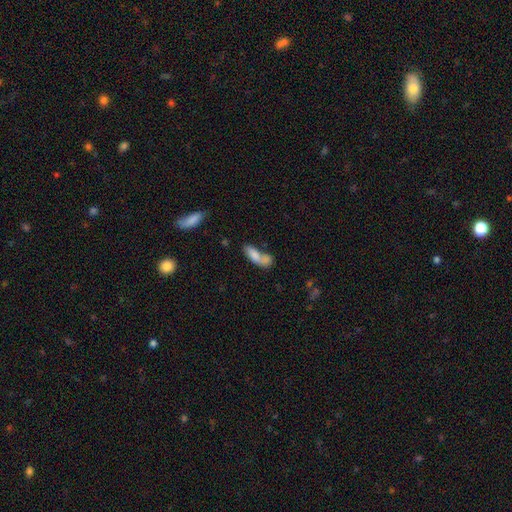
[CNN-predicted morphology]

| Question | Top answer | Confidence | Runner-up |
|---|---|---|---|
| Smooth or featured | smooth | 76% | featured or disk (16%) |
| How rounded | in between | 71% | cigar-shaped (26%) |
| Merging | merger | 50% | none (29%) |